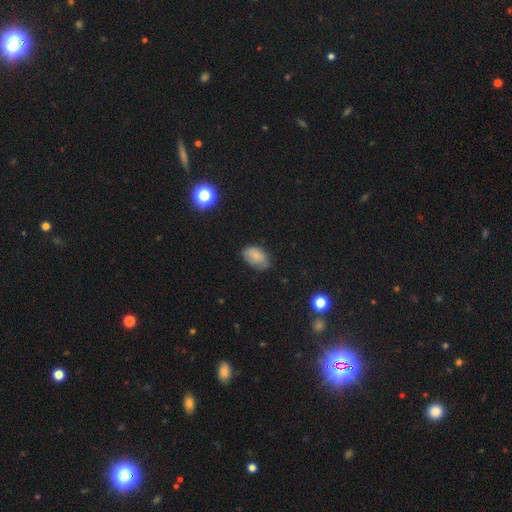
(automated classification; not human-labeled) A smooth galaxy with no disk features (76%) that is in between round and cigar-shaped (90%). Merging: none (66%).